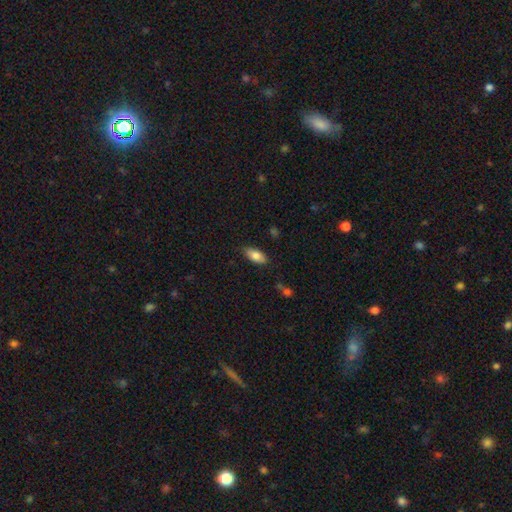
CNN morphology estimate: type=smooth (81%); roundness=in between (89%); merging=none (82%).